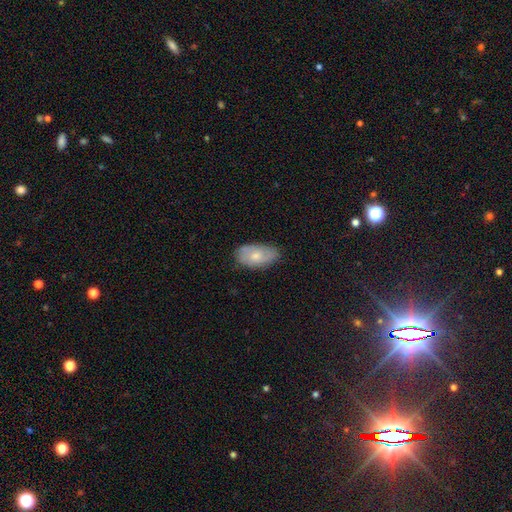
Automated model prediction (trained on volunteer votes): Smooth or featured?
  - smooth: 63% *
  - featured or disk: 31%
  - star or artifact: 6%
How rounded?
  - in between: 93% *
  - round: 5%
  - cigar-shaped: 2%
Merging?
  - none: 72% *
  - minor disturbance: 23%
  - major disturbance: 4%
  - merger: 1%